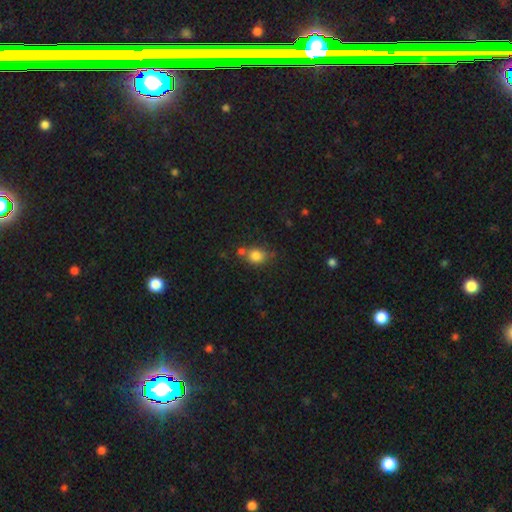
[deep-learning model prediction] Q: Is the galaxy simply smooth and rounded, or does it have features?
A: smooth — 81%.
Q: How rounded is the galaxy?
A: round — 63%.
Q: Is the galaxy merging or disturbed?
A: none — 57%.